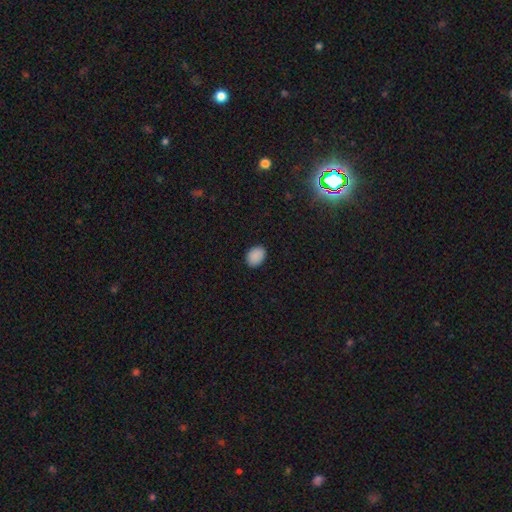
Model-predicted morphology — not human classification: Smooth or featured? smooth (89%)
How rounded? in between (70%)
Merging? none (90%)